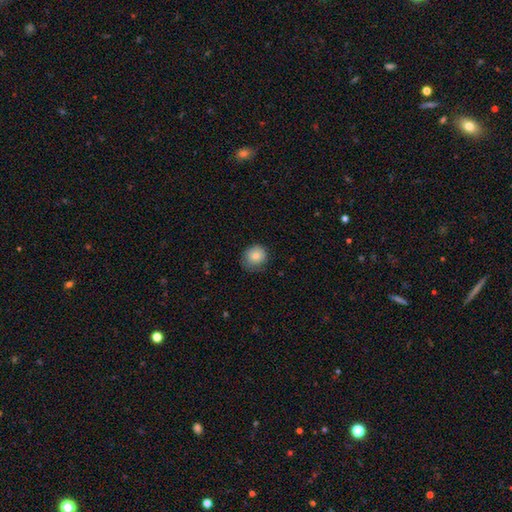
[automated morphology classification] Smooth or featured: smooth — 80% (featured or disk — 12%)
How rounded: round — 81% (in between — 18%)
Merging: none — 66% (minor disturbance — 25%)